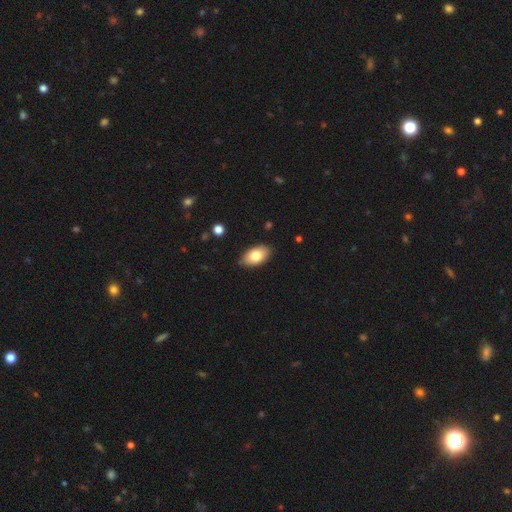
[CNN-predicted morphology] This is likely a smooth galaxy (78%). How rounded: clearly in between (93%). Merging: clearly none (86%).